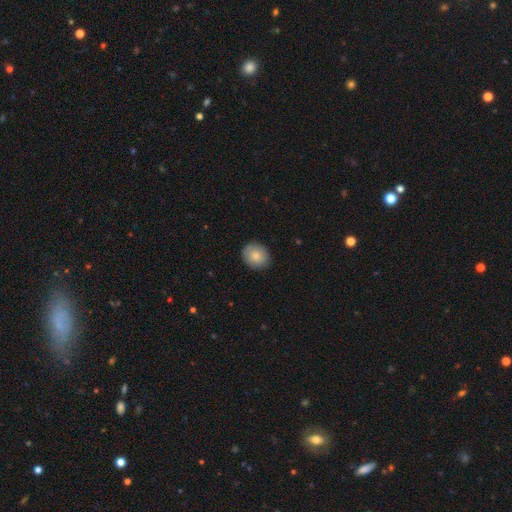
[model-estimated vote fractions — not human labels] Q: Smooth or featured?
A: smooth (82%); runner-up: featured or disk (11%)
Q: How rounded?
A: round (71%); runner-up: in between (28%)
Q: Merging?
A: none (87%); runner-up: minor disturbance (10%)